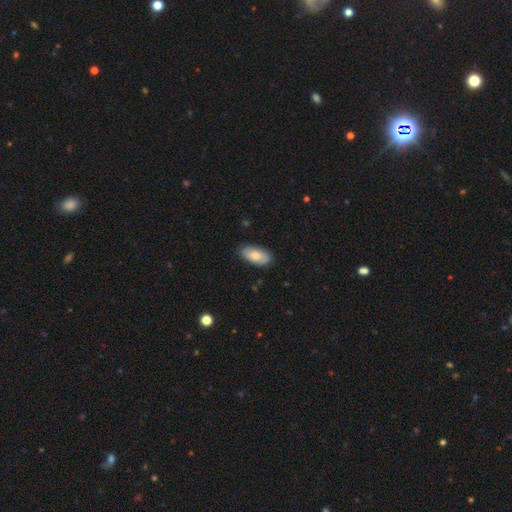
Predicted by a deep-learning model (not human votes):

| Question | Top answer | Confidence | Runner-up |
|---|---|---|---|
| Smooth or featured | smooth | 77% | featured or disk (17%) |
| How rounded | in between | 94% | cigar-shaped (4%) |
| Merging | none | 85% | minor disturbance (12%) |